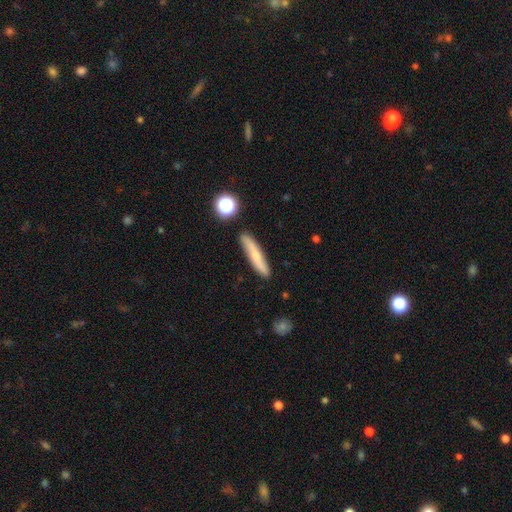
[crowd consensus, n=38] Smooth or featured: featured or disk — 50% (smooth — 45%)
Edge-on disk: yes — 68% (no — 32%)
Edge-on bulge: none — 46% (rounded — 38%)
Merging: none — 78% (minor disturbance — 11%)